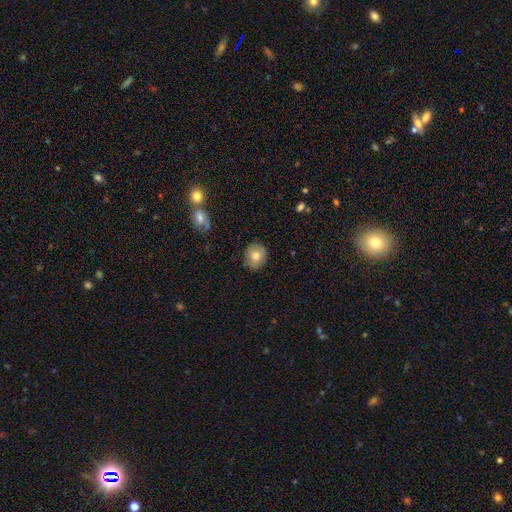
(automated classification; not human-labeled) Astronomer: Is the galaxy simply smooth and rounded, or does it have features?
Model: smooth — 73%.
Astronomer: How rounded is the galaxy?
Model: round — 76%.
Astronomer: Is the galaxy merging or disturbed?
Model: none — 82%.